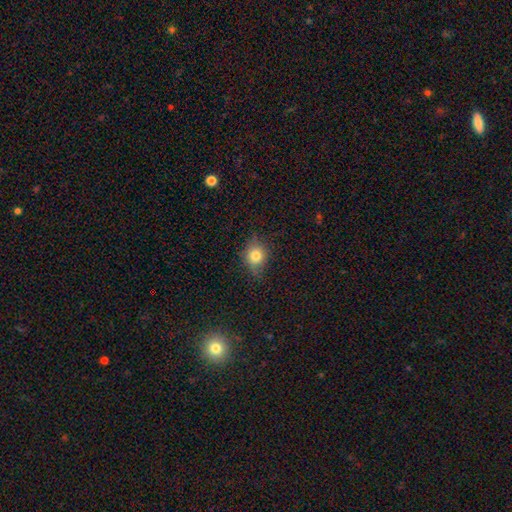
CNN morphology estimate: This appears to be a smooth galaxy with no disk features (77%) that is round (64%). Merging: none (72%).